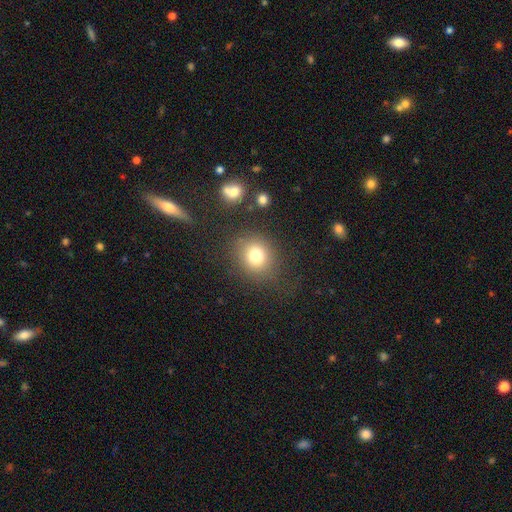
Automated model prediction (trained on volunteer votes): Overall: smooth (78%). How rounded: round (76%). Merging: none (78%).